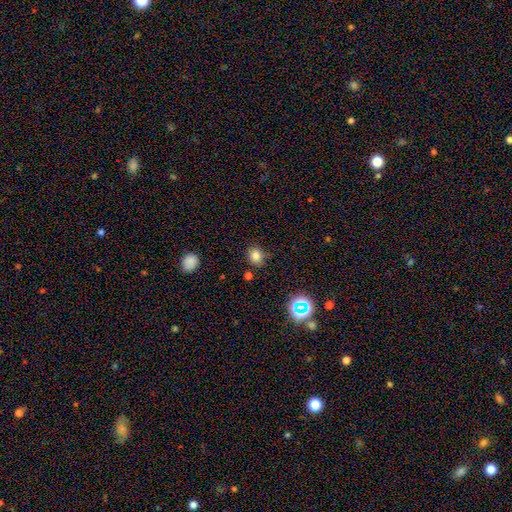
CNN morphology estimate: Overall: smooth (78%). How rounded: round (77%). Merging: none (80%).